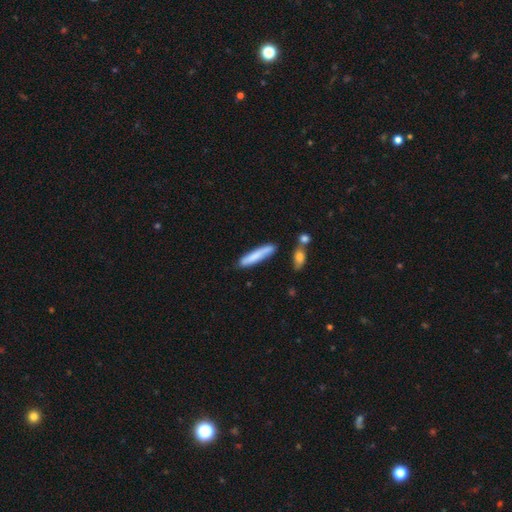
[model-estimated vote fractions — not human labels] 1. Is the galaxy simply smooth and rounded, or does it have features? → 77% smooth, 17% featured or disk, 6% star or artifact.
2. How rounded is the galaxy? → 89% cigar-shaped, 10% in between, 1% round.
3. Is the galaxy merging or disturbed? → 75% none, 16% minor disturbance, 6% merger, 3% major disturbance.